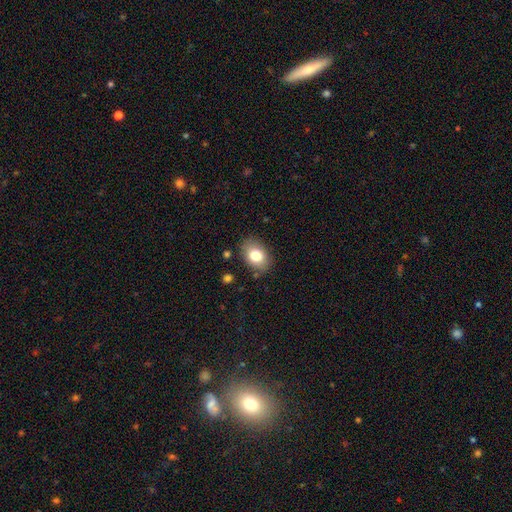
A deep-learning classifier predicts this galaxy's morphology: This appears to be a smooth galaxy with no disk features (79%) that is in between round and cigar-shaped (77%). Merging: none (83%).